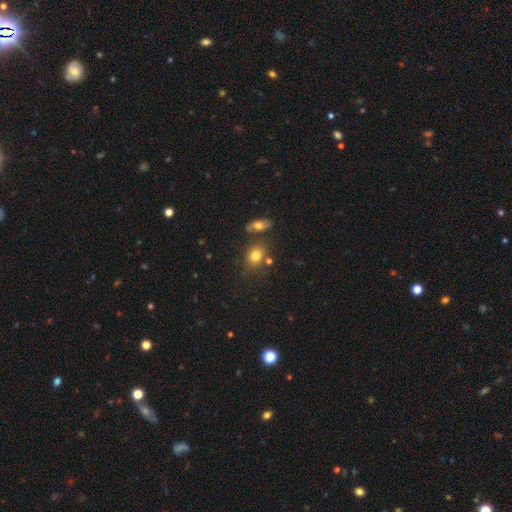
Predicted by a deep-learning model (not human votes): Overall: smooth (79%). How rounded: in between (61%; round 38%). Merging: none (66%).